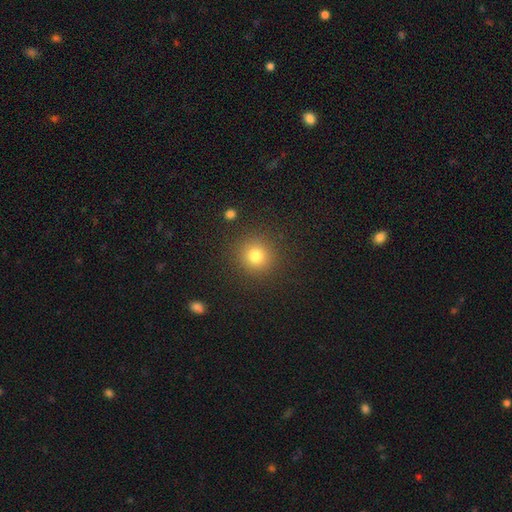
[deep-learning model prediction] Morphology: type=smooth (80%); roundness=round (93%); merging=none (90%).